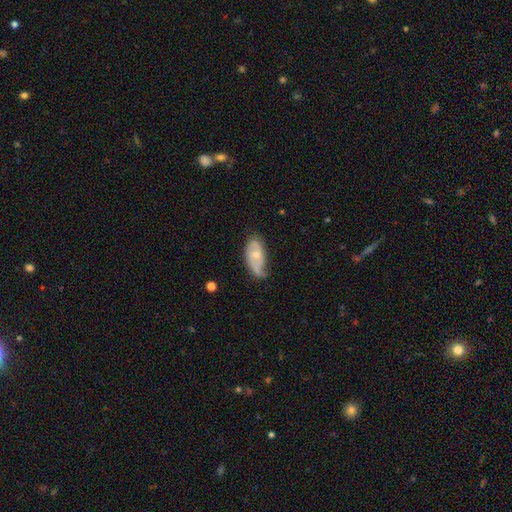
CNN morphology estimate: A featured or disk galaxy (61%) with no bar (69%), spiral arms (83%) and a small central bulge (53%).

Vote fractions:
- Smooth or featured? featured or disk: 61% / smooth: 33% / star or artifact: 6%
- Edge-on disk? no: 92% / yes: 8%
- Bar? no: 69% / weak: 26% / strong: 5%
- Spiral arms? yes: 83% / no: 17%
- Bulge size? small: 53% / moderate: 41% / none: 4% / large: 2% / dominant: 1%
- Merging? none: 51% / minor disturbance: 34% / major disturbance: 13% / merger: 2%